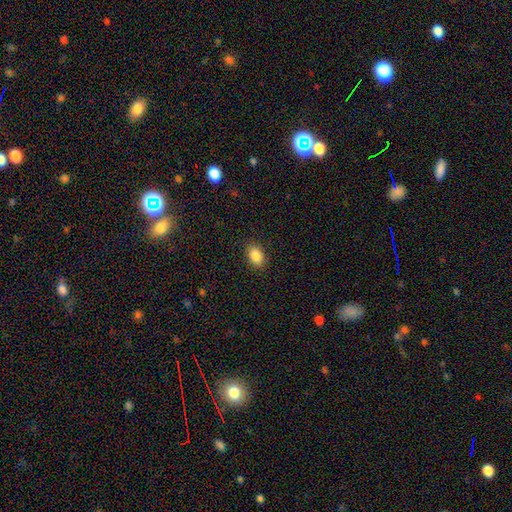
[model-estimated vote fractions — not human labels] smooth 87%, star or artifact 8%, featured or disk 4%. Down the decision tree: how rounded — in between (86%); merging — none (88%).